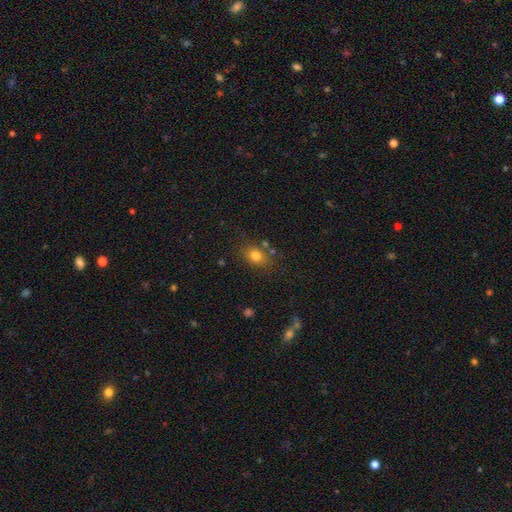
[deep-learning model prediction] smooth_or_featured: smooth (p=0.79) [alt: star or artifact p=0.12]
how_rounded: in between (p=0.62) [alt: round p=0.37]
merging: none (p=0.74) [alt: minor disturbance p=0.14]